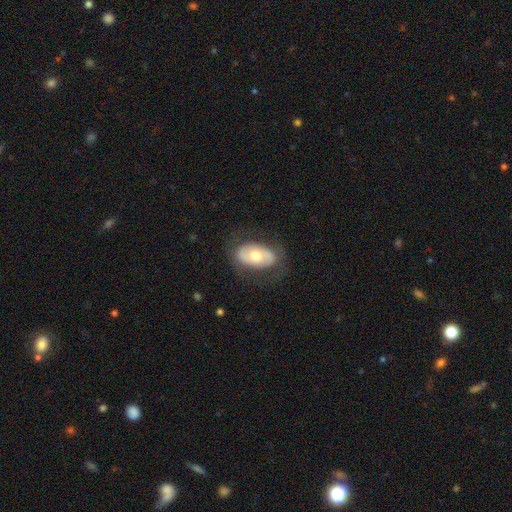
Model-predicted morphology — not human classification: Q: Smooth or featured?
A: smooth (52%); runner-up: featured or disk (42%)
Q: How rounded?
A: in between (91%); runner-up: round (8%)
Q: Merging?
A: none (76%); runner-up: minor disturbance (15%)